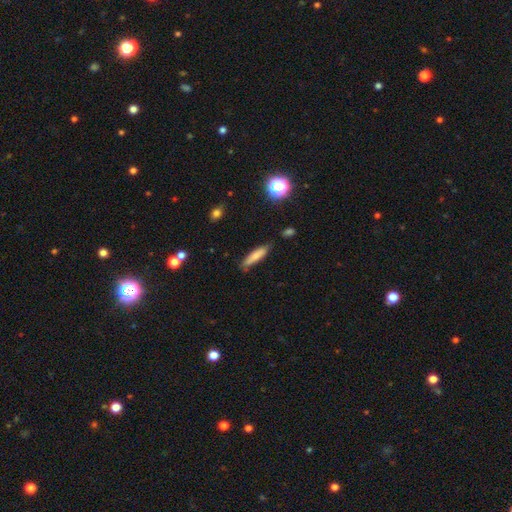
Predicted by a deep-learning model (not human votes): This is likely a smooth galaxy (73%). How rounded: likely cigar-shaped (75%). Merging: likely none (73%).